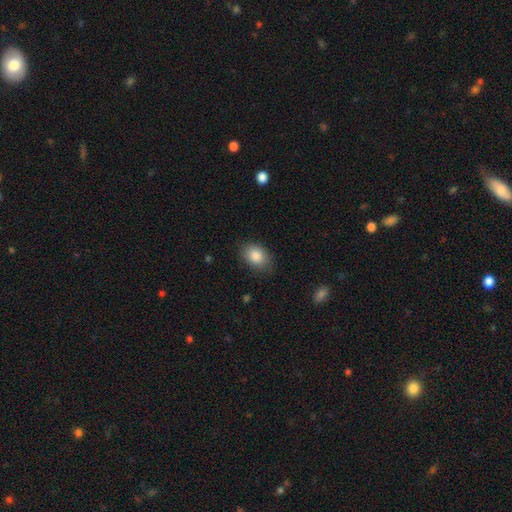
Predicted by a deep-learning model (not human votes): The model was most divided on "how rounded": in between: 78%, round: 21%, cigar-shaped: 1%. More confident: smooth or featured — smooth (85%); merging — none (80%).